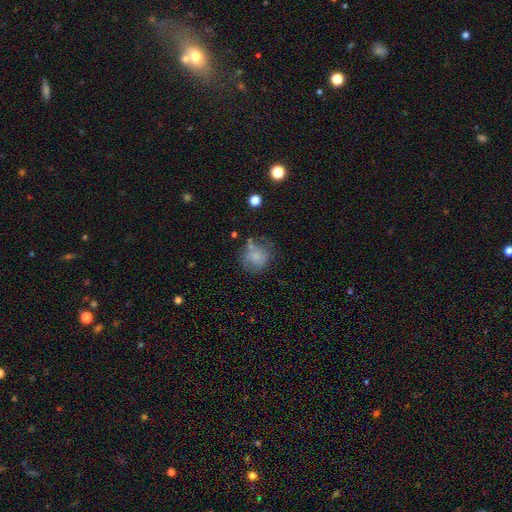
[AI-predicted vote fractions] A smooth galaxy with no disk features (71%) that is round (81%).

Vote fractions:
- Smooth or featured? smooth: 71% / featured or disk: 18% / star or artifact: 11%
- How rounded? round: 81% / in between: 18% / cigar-shaped: 1%
- Merging? none: 59% / minor disturbance: 23% / major disturbance: 12% / merger: 6%